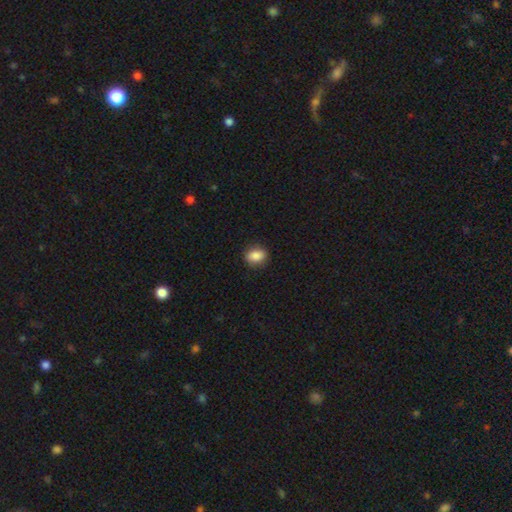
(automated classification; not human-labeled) A smooth galaxy with no disk features (86%) that is in between round and cigar-shaped (61%).

Vote fractions:
- Smooth or featured? smooth: 86% / star or artifact: 8% / featured or disk: 6%
- How rounded? in between: 61% / round: 38% / cigar-shaped: 1%
- Merging? none: 86% / minor disturbance: 10% / major disturbance: 2% / merger: 1%